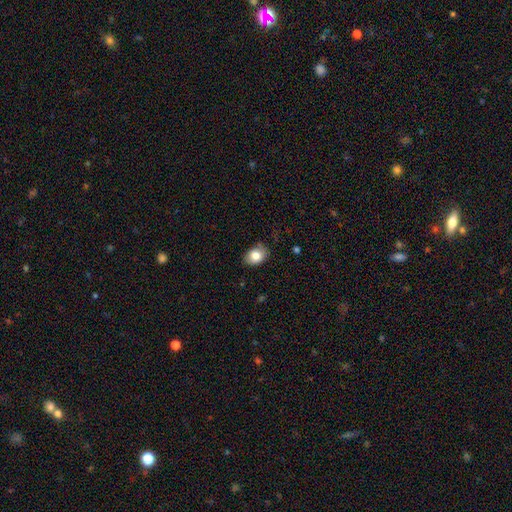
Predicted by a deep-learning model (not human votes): A smooth galaxy with no disk features (82%) that is in between round and cigar-shaped (69%). Merging: none (78%).